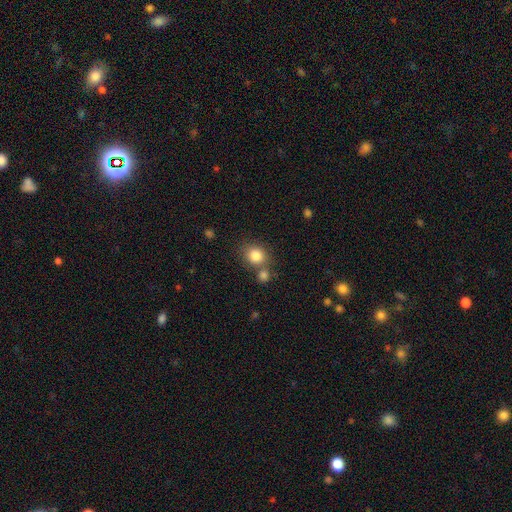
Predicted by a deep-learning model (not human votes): smooth_or_featured: smooth (p=0.84) [alt: star or artifact p=0.10]
how_rounded: round (p=0.73) [alt: in between p=0.26]
merging: none (p=0.62) [alt: merger p=0.24]